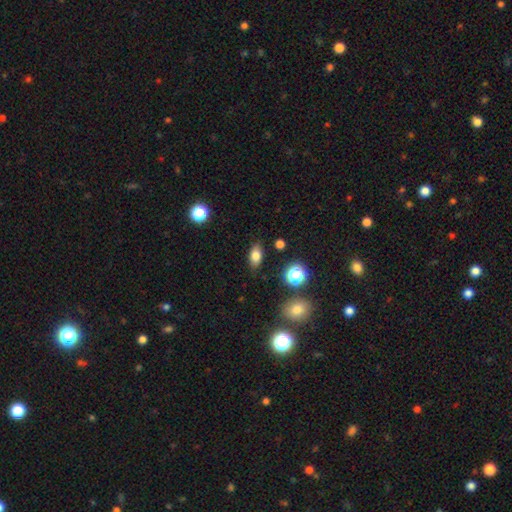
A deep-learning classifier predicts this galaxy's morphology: This appears to be a smooth galaxy with no disk features (79%) that is in between round and cigar-shaped (85%). Merging: none (85%).